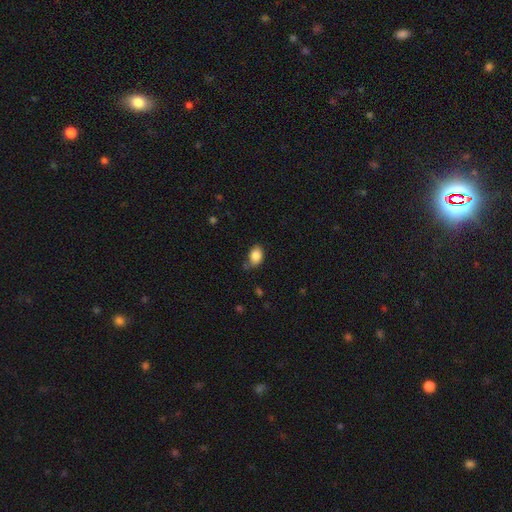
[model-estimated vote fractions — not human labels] Smooth or featured? Predicted: smooth (p=0.86). How rounded? Predicted: in between (p=0.80). Merging? Predicted: none (p=0.66).